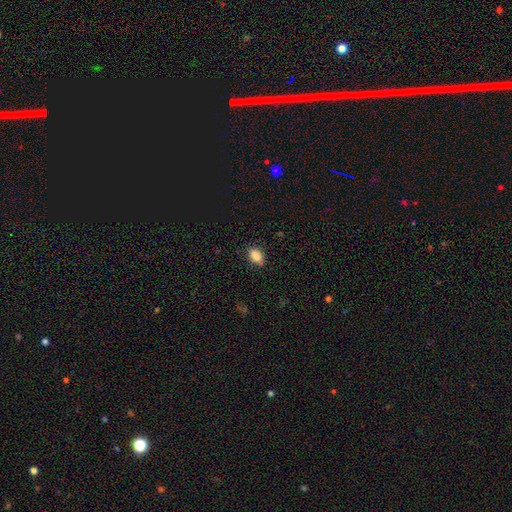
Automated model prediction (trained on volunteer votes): Overall: smooth (86%). How rounded: in between (82%). Merging: none (81%).